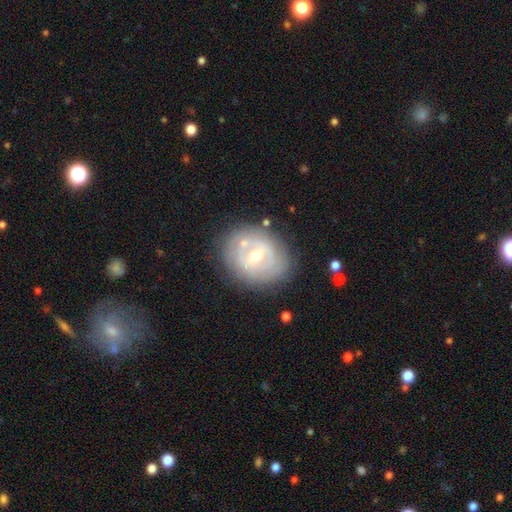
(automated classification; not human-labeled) Smooth or featured?
  - featured or disk: 70% *
  - smooth: 23%
  - star or artifact: 6%
Edge-on disk?
  - no: 96% *
  - yes: 4%
Bar?
  - weak: 46% *
  - no: 27%
  - strong: 27%
Spiral arms?
  - no: 52% *
  - yes: 48%
Bulge size?
  - moderate: 64% *
  - small: 30%
  - large: 4%
  - none: 1%
  - dominant: 1%
Merging?
  - none: 73% *
  - minor disturbance: 16%
  - major disturbance: 6%
  - merger: 5%